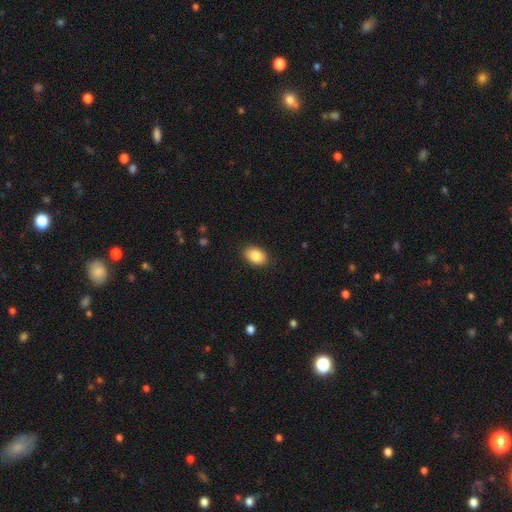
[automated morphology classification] smooth-or-featured: smooth: 87% | star or artifact: 7% | featured or disk: 6%
  how-rounded: in between: 84% | round: 15% | cigar-shaped: 1%
  merging: none: 87% | minor disturbance: 10% | major disturbance: 2% | merger: 1%